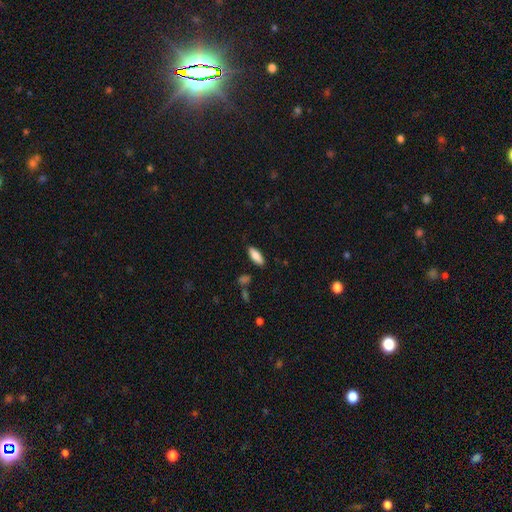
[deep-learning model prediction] This appears to be a smooth galaxy with no disk features (83%) that is in between round and cigar-shaped (74%). Merging: none (85%).